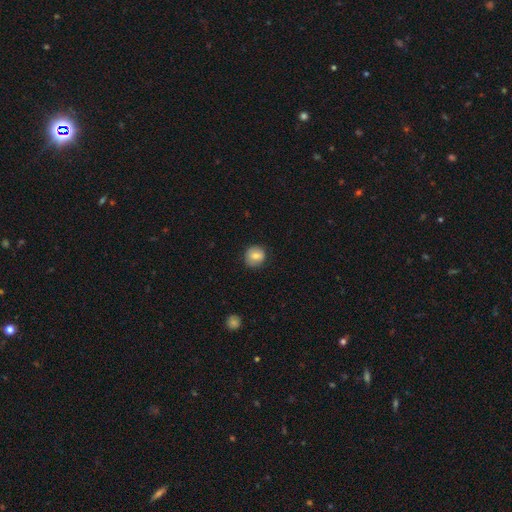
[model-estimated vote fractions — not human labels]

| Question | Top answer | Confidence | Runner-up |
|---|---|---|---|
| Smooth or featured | smooth | 79% | featured or disk (12%) |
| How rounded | round | 87% | in between (12%) |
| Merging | none | 83% | minor disturbance (13%) |